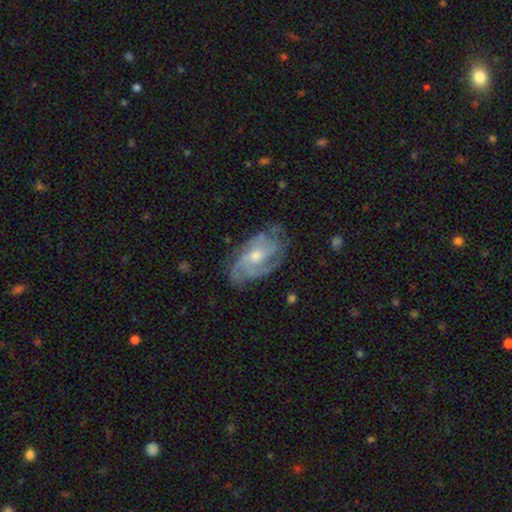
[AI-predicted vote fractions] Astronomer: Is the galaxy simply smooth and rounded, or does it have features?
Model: featured or disk — 86%.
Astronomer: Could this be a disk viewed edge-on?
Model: no — 96%.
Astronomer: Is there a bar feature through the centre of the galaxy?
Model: no — 64%.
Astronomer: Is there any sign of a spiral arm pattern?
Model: yes — 96%.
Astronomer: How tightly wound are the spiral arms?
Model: tight — 46% (runner-up: medium, 42%).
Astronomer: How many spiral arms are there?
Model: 3 — 37% (runner-up: can't tell, 19%).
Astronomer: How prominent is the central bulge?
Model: moderate — 60% (runner-up: small, 35%).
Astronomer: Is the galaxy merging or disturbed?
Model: none — 71%.